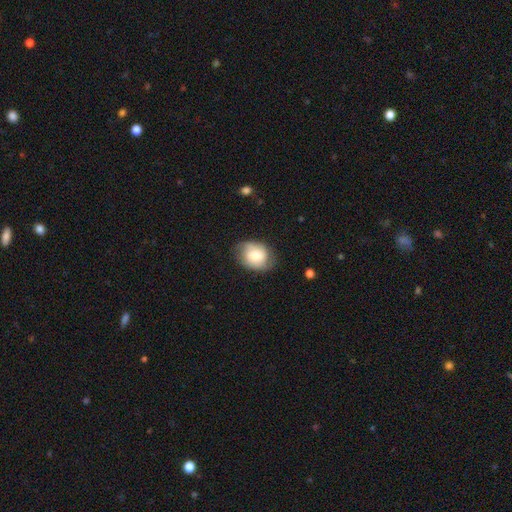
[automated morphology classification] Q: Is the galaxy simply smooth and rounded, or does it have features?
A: smooth — 65%.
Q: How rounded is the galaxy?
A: in between — 53%.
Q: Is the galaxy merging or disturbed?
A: none — 67%.